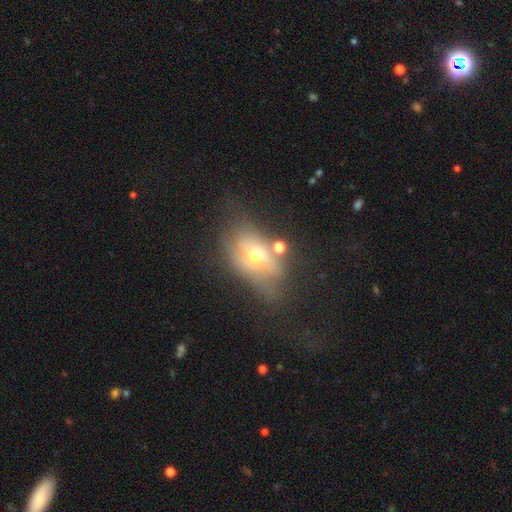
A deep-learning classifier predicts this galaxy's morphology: smooth-or-featured: featured or disk: 48% | smooth: 40% | star or artifact: 11%
  merging: none: 36% | minor disturbance: 28% | major disturbance: 25% | merger: 11%